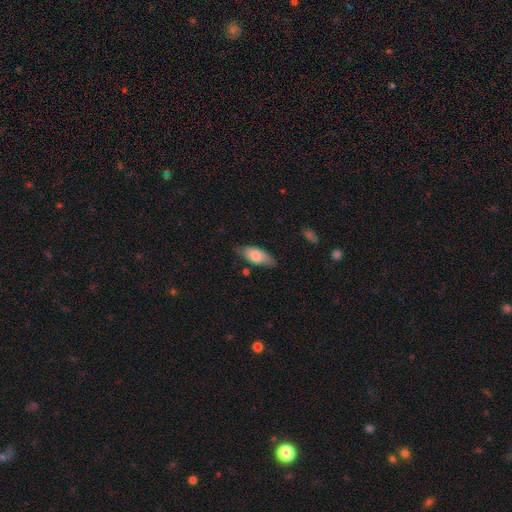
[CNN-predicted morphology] Overall: smooth (76%). How rounded: in between (85%). Merging: none (67%).